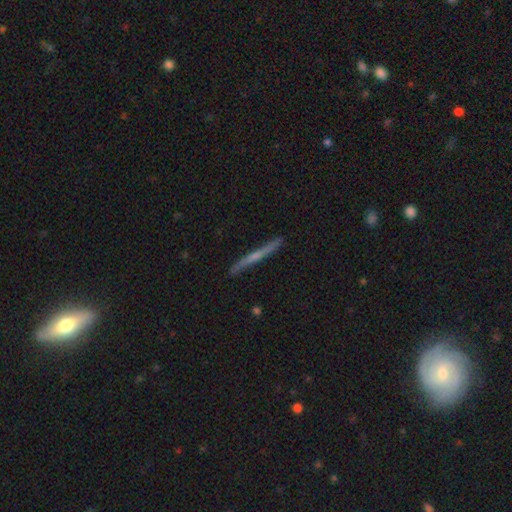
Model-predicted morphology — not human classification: Smooth or featured? featured or disk (62%)
Edge-on disk? yes (95%)
Edge-on bulge? none (58%)
Merging? none (86%)